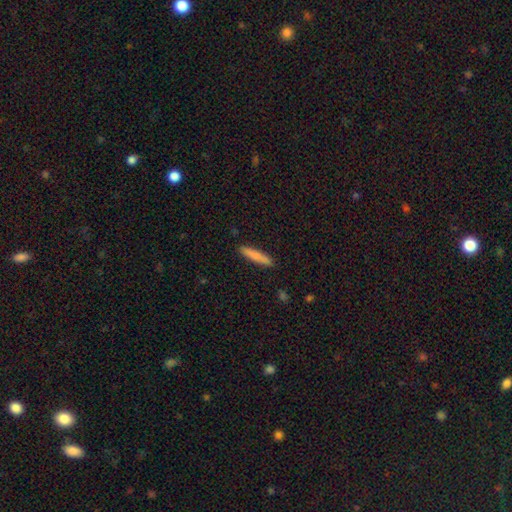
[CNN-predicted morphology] Smooth or featured?
  - smooth: 81% *
  - featured or disk: 13%
  - star or artifact: 6%
How rounded?
  - cigar-shaped: 91% *
  - in between: 8%
  - round: 1%
Merging?
  - none: 90% *
  - minor disturbance: 7%
  - major disturbance: 2%
  - merger: 1%